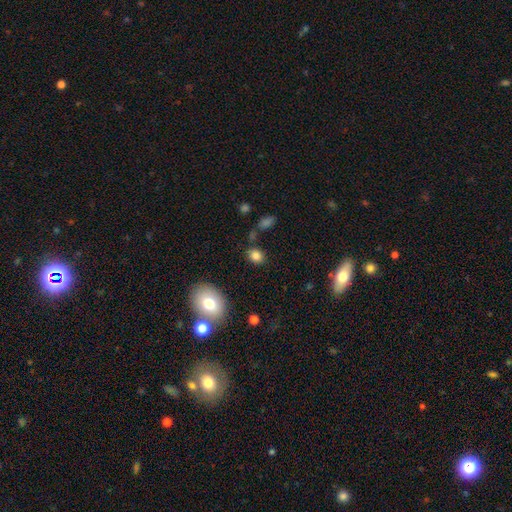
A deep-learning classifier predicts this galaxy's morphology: This is clearly a smooth galaxy (83%). How rounded: possibly round (54%). Merging: likely none (77%).